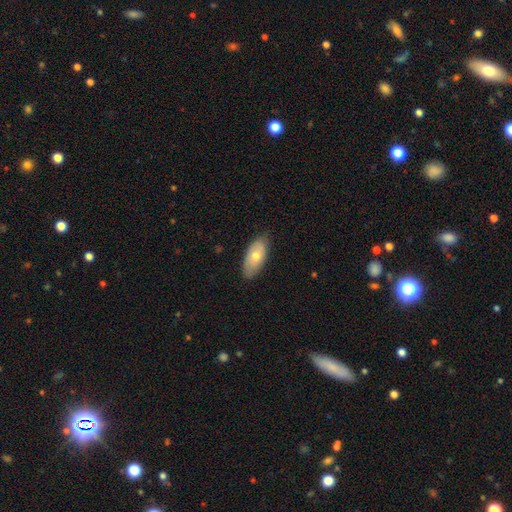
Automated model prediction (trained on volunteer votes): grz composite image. It shows a smooth galaxy with no disk features (65%) that is in between round and cigar-shaped (90%). Merging: none (81%).